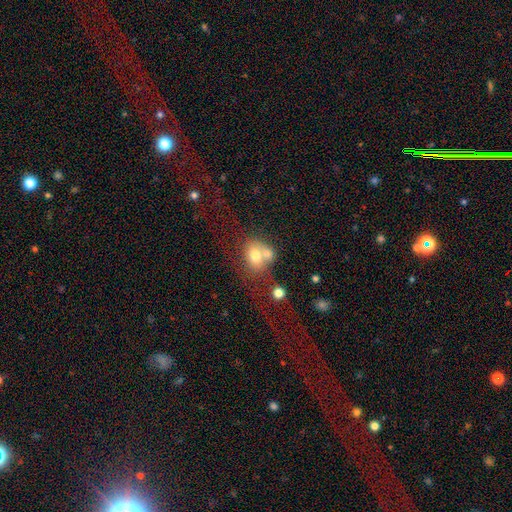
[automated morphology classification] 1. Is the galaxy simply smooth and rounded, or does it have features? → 70% smooth, 20% featured or disk, 10% star or artifact.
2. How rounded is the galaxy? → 57% in between, 41% round, 1% cigar-shaped.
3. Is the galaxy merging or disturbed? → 55% merger, 28% none, 11% minor disturbance, 6% major disturbance.